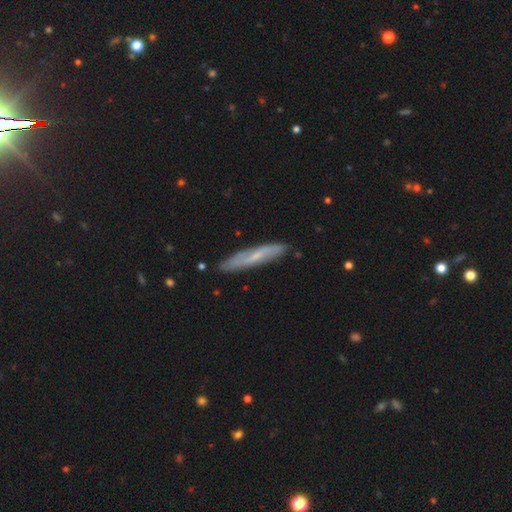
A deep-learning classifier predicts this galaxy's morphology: A featured or disk galaxy (53%) viewed edge-on (63%).

Vote fractions:
- Smooth or featured? featured or disk: 53% / smooth: 40% / star or artifact: 7%
- Edge-on disk? yes: 63% / no: 37%
- Merging? none: 84% / minor disturbance: 13% / major disturbance: 2% / merger: 2%